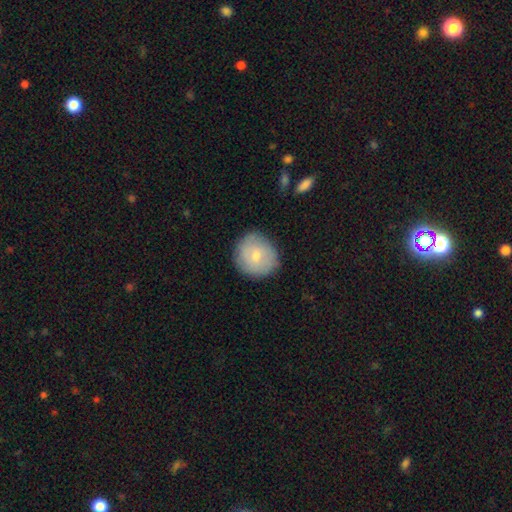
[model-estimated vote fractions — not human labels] Smooth or featured?
  - smooth: 67% *
  - featured or disk: 27%
  - star or artifact: 7%
How rounded?
  - round: 86% *
  - in between: 13%
  - cigar-shaped: 1%
Merging?
  - none: 82% *
  - minor disturbance: 14%
  - major disturbance: 3%
  - merger: 1%